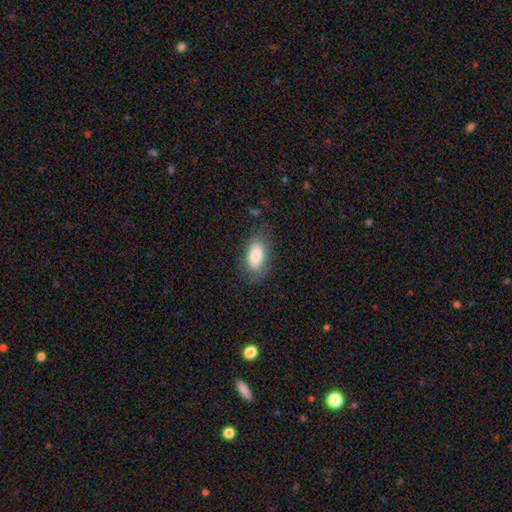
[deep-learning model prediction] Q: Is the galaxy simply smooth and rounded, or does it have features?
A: smooth — 81%.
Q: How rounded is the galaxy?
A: in between — 91%.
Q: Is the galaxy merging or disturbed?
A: none — 74%.